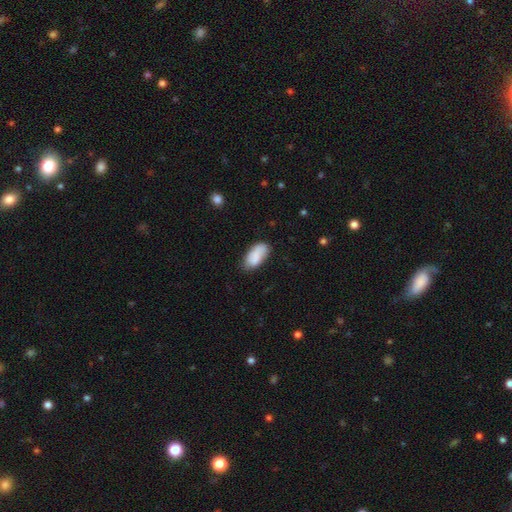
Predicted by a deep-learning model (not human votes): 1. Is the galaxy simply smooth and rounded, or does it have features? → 84% smooth, 9% featured or disk, 7% star or artifact.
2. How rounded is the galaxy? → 93% in between, 4% cigar-shaped, 2% round.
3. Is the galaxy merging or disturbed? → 69% none, 24% minor disturbance, 5% major disturbance, 3% merger.